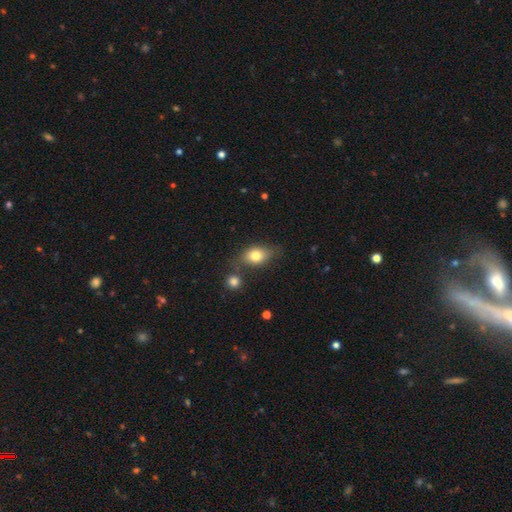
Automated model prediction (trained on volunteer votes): This appears to be a smooth galaxy with no disk features (76%) that is in between round and cigar-shaped (75%). Merging: none (61%).